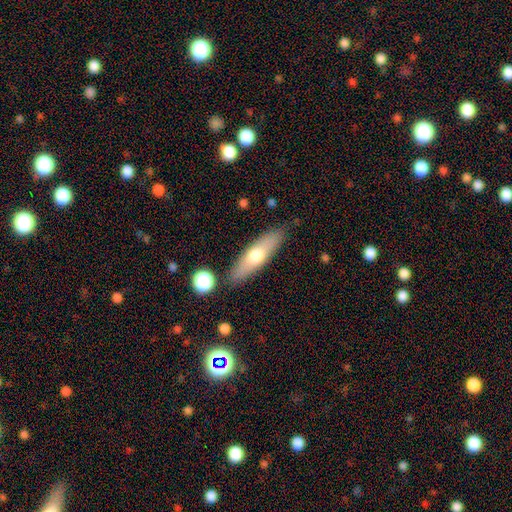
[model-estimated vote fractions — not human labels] Smooth or featured? Predicted: smooth (p=0.60). How rounded? Predicted: cigar-shaped (p=0.61). Merging? Predicted: none (p=0.85).